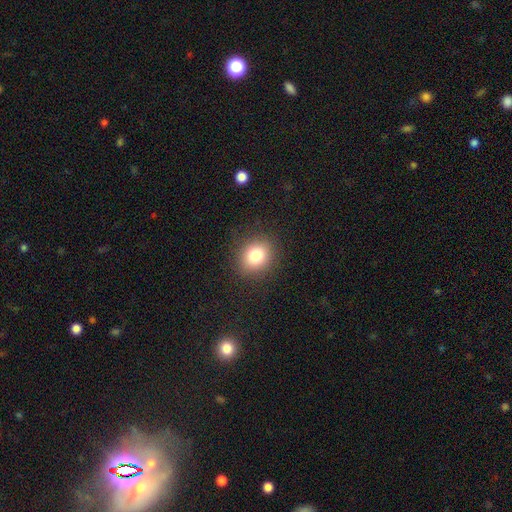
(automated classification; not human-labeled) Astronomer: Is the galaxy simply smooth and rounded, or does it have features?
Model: smooth — 80%.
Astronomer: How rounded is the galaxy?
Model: round — 66%.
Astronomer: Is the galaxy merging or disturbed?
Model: none — 88%.